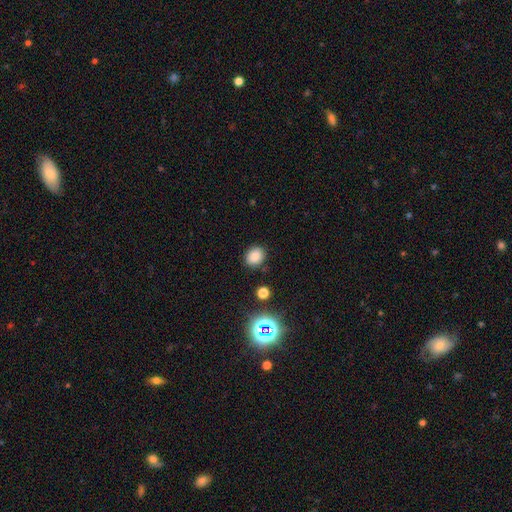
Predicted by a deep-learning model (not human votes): Morphology: type=smooth (82%); roundness=round (56%); merging=none (85%).